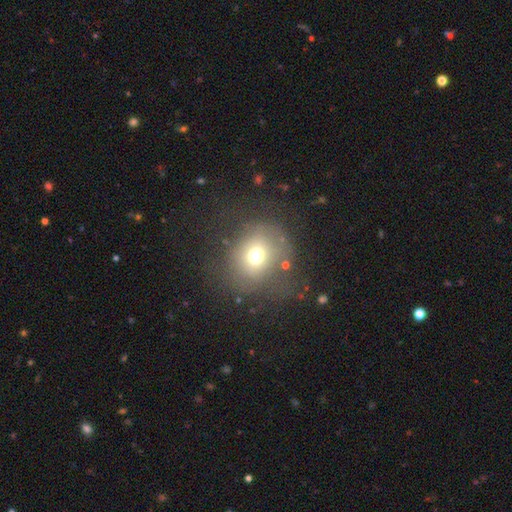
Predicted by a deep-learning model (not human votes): Smooth or featured? Predicted: smooth (p=0.67). How rounded? Predicted: round (p=0.76). Merging? Predicted: none (p=0.59).